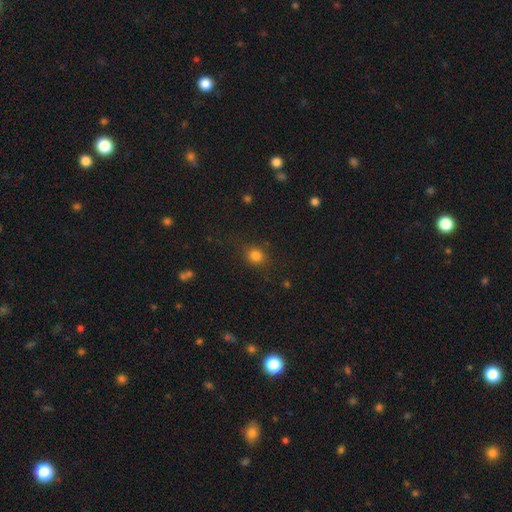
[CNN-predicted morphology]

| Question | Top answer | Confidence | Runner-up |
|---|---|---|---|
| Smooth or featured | smooth | 82% | star or artifact (13%) |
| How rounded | round | 72% | in between (27%) |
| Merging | none | 83% | minor disturbance (11%) |